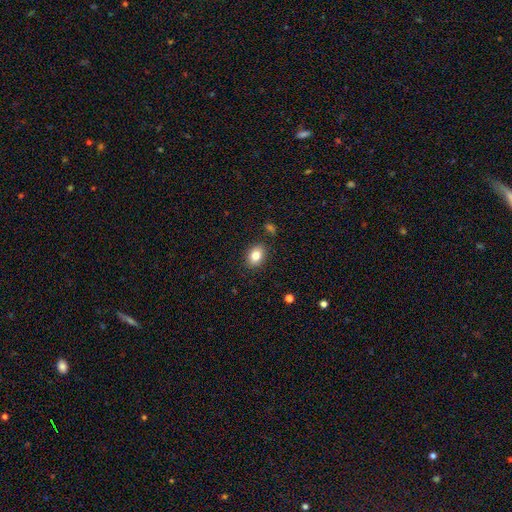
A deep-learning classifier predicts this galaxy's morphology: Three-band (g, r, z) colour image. It shows a smooth galaxy with no disk features (82%) that is in between round and cigar-shaped (68%). Merging: none (86%).